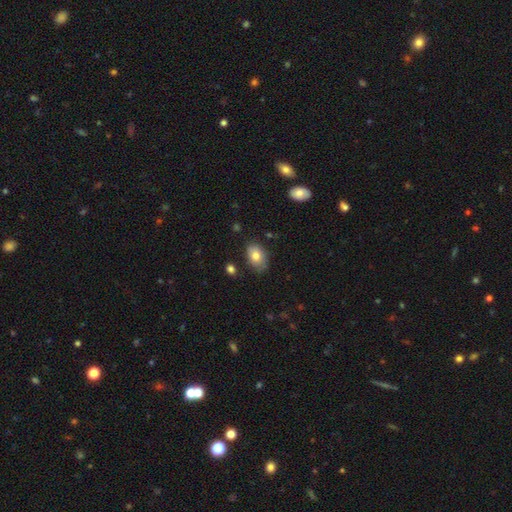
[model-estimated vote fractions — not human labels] smooth-or-featured: smooth: 78% | featured or disk: 14% | star or artifact: 8%
  how-rounded: in between: 86% | round: 13% | cigar-shaped: 1%
  merging: none: 76% | minor disturbance: 19% | major disturbance: 3% | merger: 2%